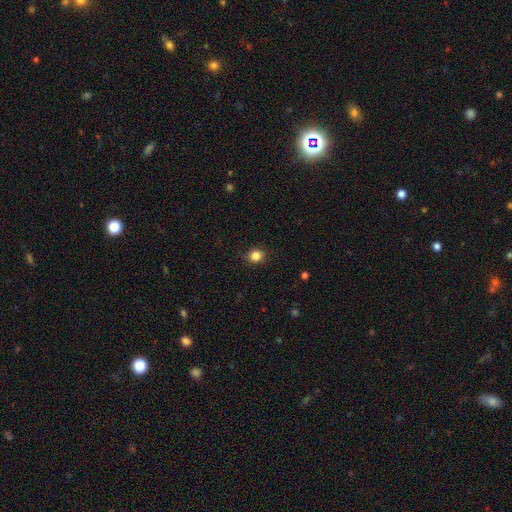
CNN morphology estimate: smooth 84%, star or artifact 12%, featured or disk 4%. Down the decision tree: how rounded — round (82%); merging — none (88%).